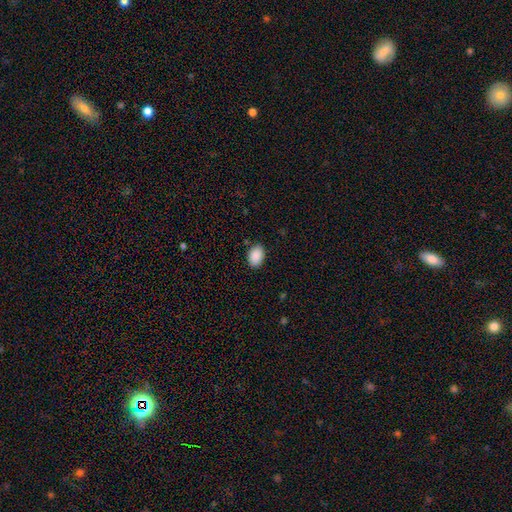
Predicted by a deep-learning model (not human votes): Morphology: type=smooth (90%); roundness=in between (85%); merging=none (88%).